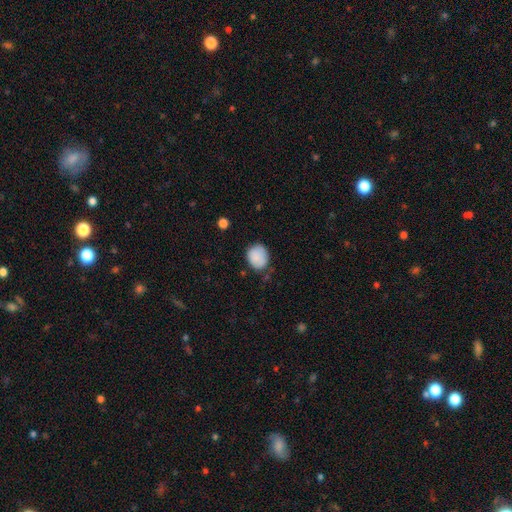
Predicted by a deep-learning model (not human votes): The model was most divided on "how rounded": round: 61%, in between: 38%, cigar-shaped: 1%. More confident: smooth or featured — smooth (87%); merging — none (70%).